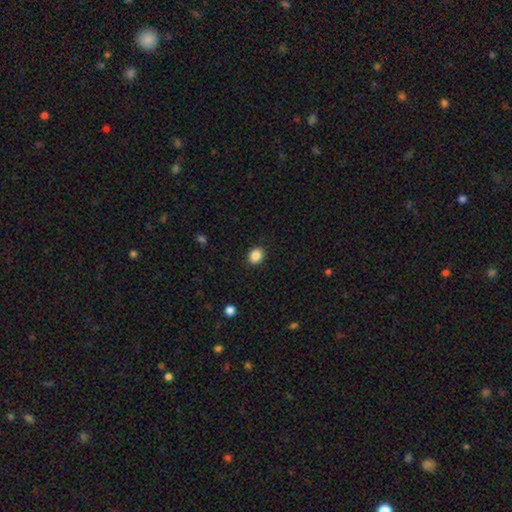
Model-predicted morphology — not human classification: Smooth or featured?
  - smooth: 87% *
  - star or artifact: 9%
  - featured or disk: 3%
How rounded?
  - round: 60% *
  - in between: 39%
  - cigar-shaped: 1%
Merging?
  - none: 91% *
  - minor disturbance: 6%
  - major disturbance: 2%
  - merger: 1%